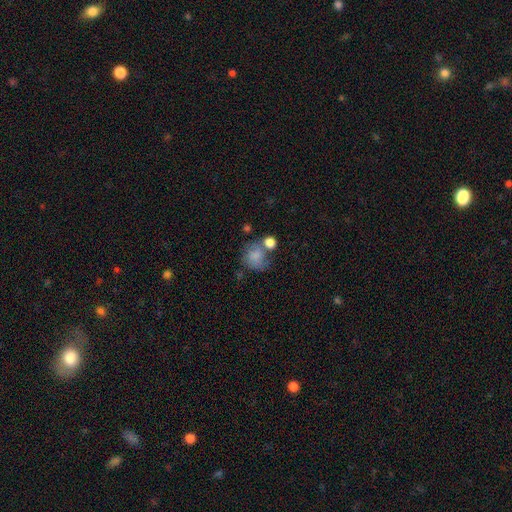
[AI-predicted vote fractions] This is likely a smooth galaxy (74%). How rounded: likely round (74%). Merging: marginally none (42%).